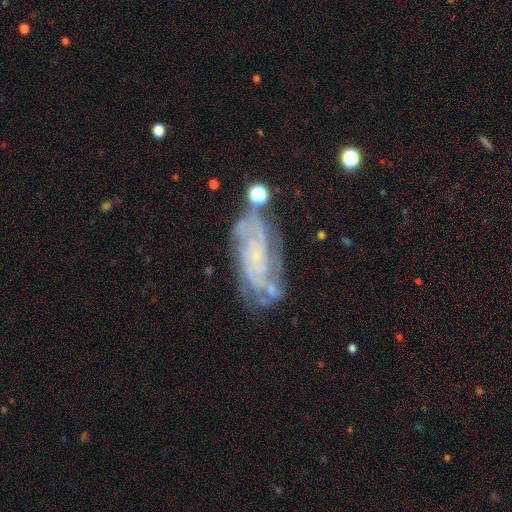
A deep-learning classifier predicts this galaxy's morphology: smooth-or-featured: featured or disk: 78% | smooth: 13% | star or artifact: 10%
  disk-edge-on: no: 92% | yes: 8%
    bar: no: 70% | weak: 24% | strong: 7%
    has-spiral-arms: yes: 93% | no: 7%
      spiral-winding: tight: 56% | medium: 34% | loose: 10%
      spiral-arm-count: can't tell: 36% | 2: 18% | 3: 18% | 4: 15% | more than 4: 7% | 1: 5%
    bulge-size: small: 77% | none: 13% | moderate: 8% | large: 1% | dominant: 1%
  merging: none: 67% | minor disturbance: 19% | major disturbance: 8% | merger: 6%